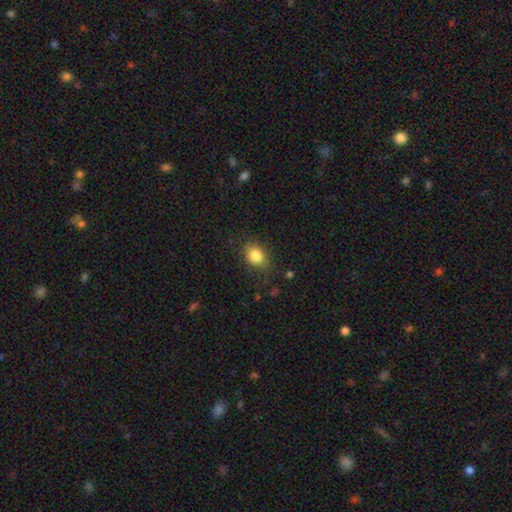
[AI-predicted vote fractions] smooth_or_featured: smooth (p=0.84) [alt: star or artifact p=0.09]
how_rounded: in between (p=0.65) [alt: round p=0.33]
merging: none (p=0.79) [alt: minor disturbance p=0.16]